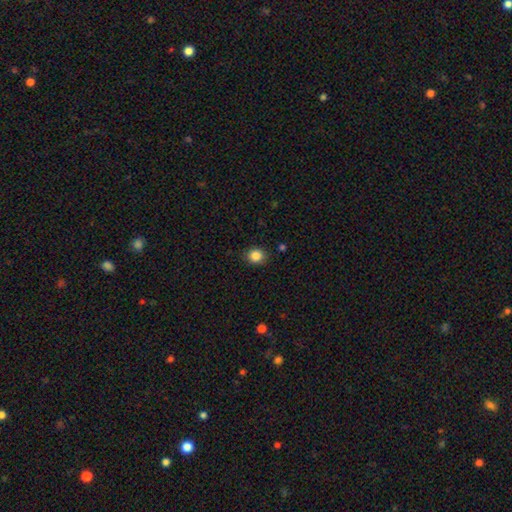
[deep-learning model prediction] Overall: smooth (85%). How rounded: round (78%). Merging: none (88%).